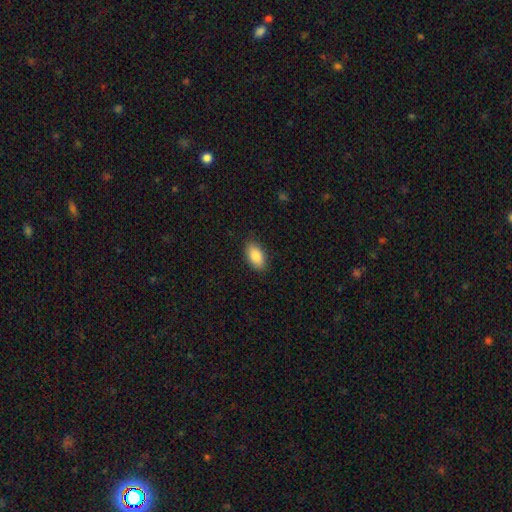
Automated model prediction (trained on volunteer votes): This is clearly a smooth galaxy (88%). How rounded: clearly in between (93%). Merging: clearly none (87%).